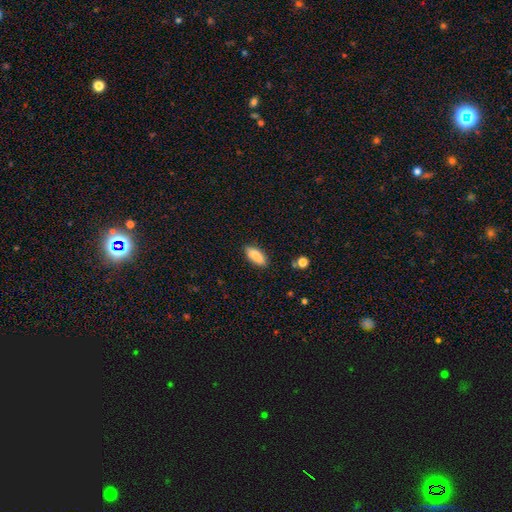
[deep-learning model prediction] Smooth or featured? smooth (85%)
How rounded? in between (73%)
Merging? none (86%)